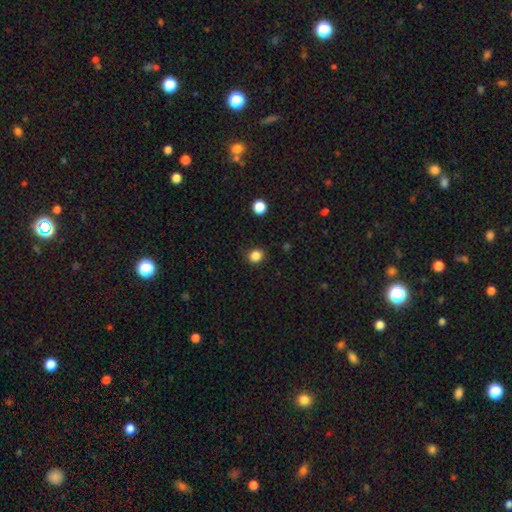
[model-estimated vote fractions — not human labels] This appears to be a smooth galaxy with no disk features (85%) that is round (84%). Merging: none (88%).